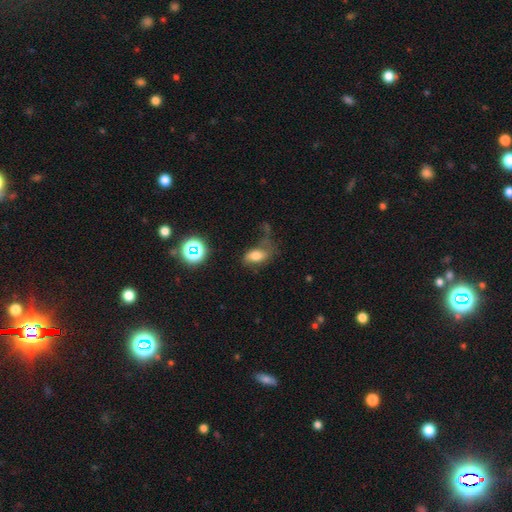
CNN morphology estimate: Smooth or featured: smooth — 68% (featured or disk — 18%)
How rounded: in between — 87% (round — 9%)
Merging: none — 42% (minor disturbance — 26%)